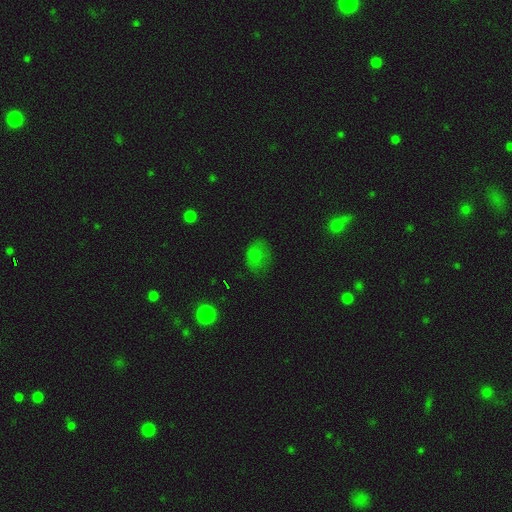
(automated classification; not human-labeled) smooth_or_featured: smooth (p=0.70) [alt: star or artifact p=0.17]
how_rounded: in between (p=0.64) [alt: round p=0.34]
merging: none (p=0.57) [alt: minor disturbance p=0.28]